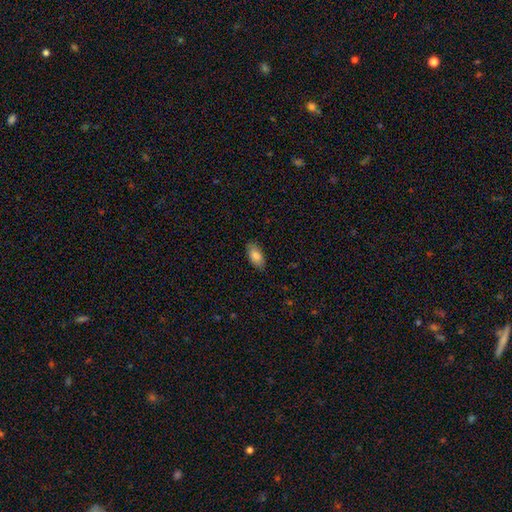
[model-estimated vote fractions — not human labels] The model was most divided on "smooth or featured": smooth: 82%, featured or disk: 11%, star or artifact: 6%. More confident: how rounded — in between (91%); merging — none (84%).